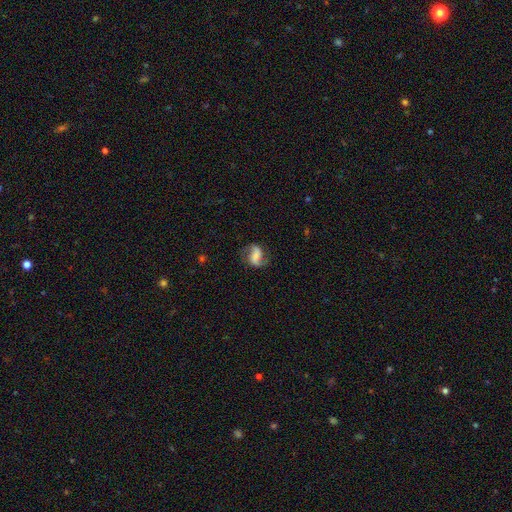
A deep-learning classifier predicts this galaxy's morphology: Smooth or featured?
  - featured or disk: 74% *
  - smooth: 18%
  - star or artifact: 8%
Edge-on disk?
  - no: 97% *
  - yes: 3%
Bar?
  - weak: 37% *
  - strong: 34%
  - no: 29%
Spiral arms?
  - yes: 94% *
  - no: 6%
Spiral winding?
  - loose: 58% *
  - medium: 33%
  - tight: 10%
Spiral arm count?
  - 2: 90% *
  - 1: 4%
  - can't tell: 3%
  - 3: 1%
  - 4: 1%
  - more than 4: 1%
Bulge size?
  - none: 33% *
  - small: 29%
  - moderate: 23%
  - large: 12%
  - dominant: 3%
Merging?
  - none: 73% *
  - minor disturbance: 16%
  - major disturbance: 9%
  - merger: 2%